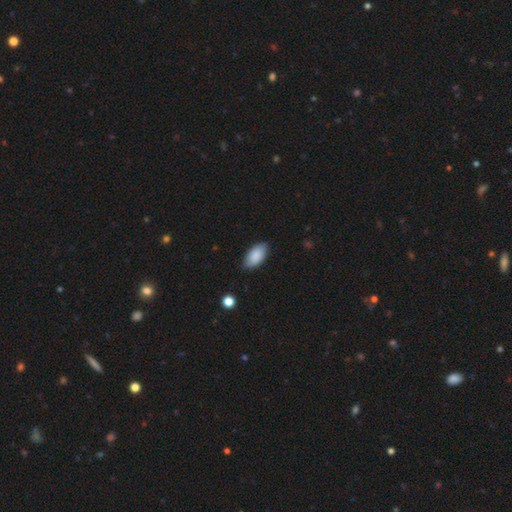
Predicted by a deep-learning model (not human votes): Q: Smooth or featured?
A: smooth (88%); runner-up: star or artifact (6%)
Q: How rounded?
A: in between (95%); runner-up: cigar-shaped (3%)
Q: Merging?
A: none (82%); runner-up: minor disturbance (14%)